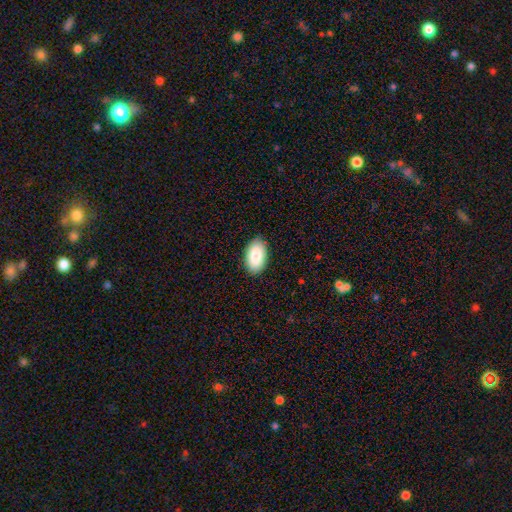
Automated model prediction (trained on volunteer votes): Q: Smooth or featured?
A: smooth (86%); runner-up: featured or disk (8%)
Q: How rounded?
A: in between (95%); runner-up: round (4%)
Q: Merging?
A: none (89%); runner-up: minor disturbance (9%)